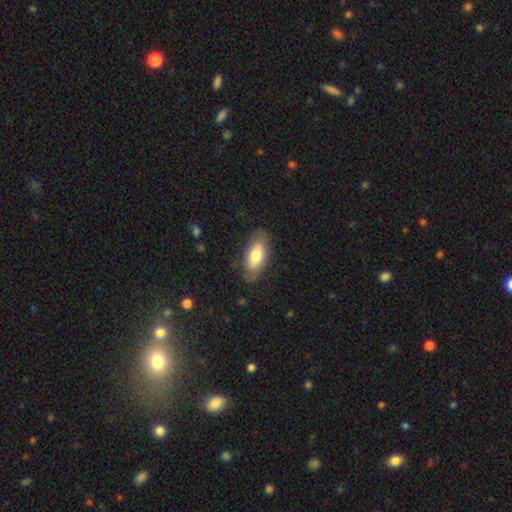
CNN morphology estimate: Smooth or featured? Predicted: smooth (p=0.71). How rounded? Predicted: in between (p=0.87). Merging? Predicted: none (p=0.80).